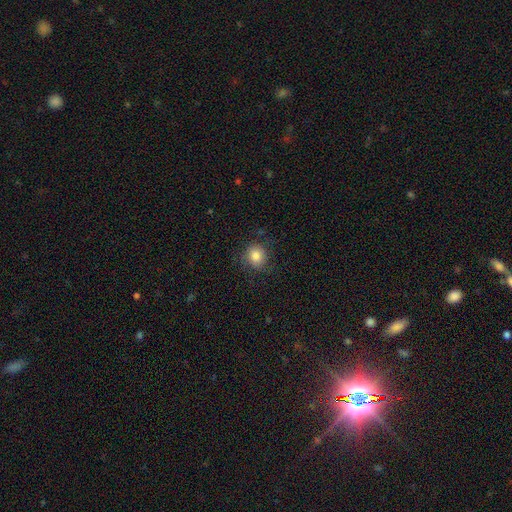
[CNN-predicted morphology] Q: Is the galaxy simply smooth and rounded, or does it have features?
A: smooth — 82%.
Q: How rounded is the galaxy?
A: round — 80%.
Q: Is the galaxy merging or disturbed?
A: none — 77%.